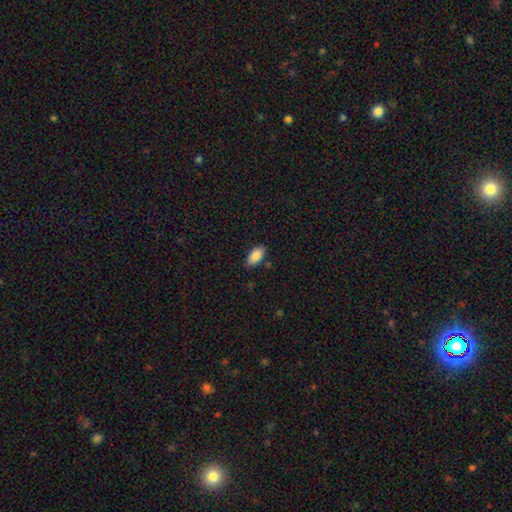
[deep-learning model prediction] A smooth galaxy with no disk features (88%) that is in between round and cigar-shaped (93%).

Vote fractions:
- Smooth or featured? smooth: 88% / star or artifact: 7% / featured or disk: 5%
- How rounded? in between: 93% / cigar-shaped: 4% / round: 2%
- Merging? none: 85% / minor disturbance: 12% / major disturbance: 2% / merger: 1%